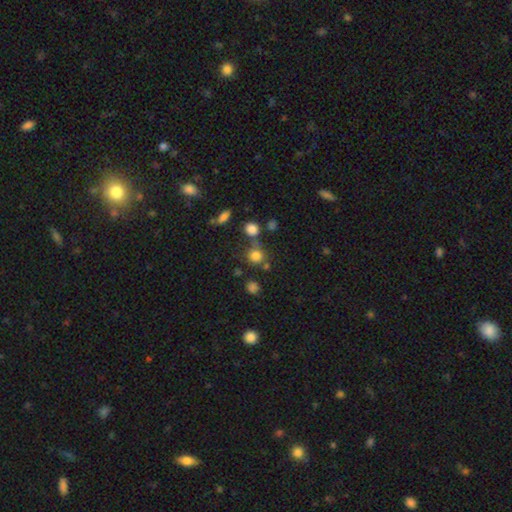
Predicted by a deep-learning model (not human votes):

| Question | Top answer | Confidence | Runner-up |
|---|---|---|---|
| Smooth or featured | smooth | 78% | star or artifact (15%) |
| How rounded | round | 87% | in between (11%) |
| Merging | none | 65% | merger (19%) |